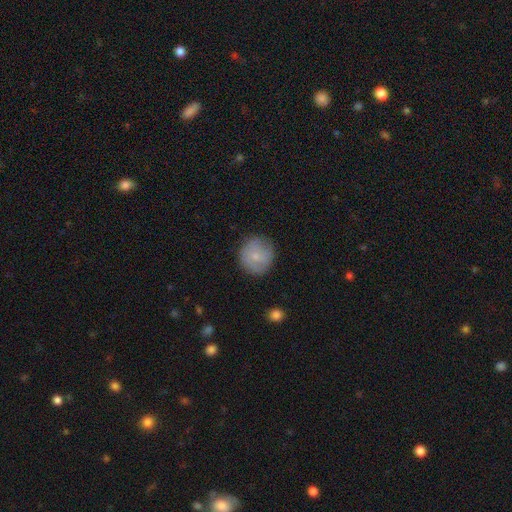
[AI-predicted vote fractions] smooth_or_featured: smooth (p=0.68) [alt: featured or disk p=0.25]
how_rounded: round (p=0.90) [alt: in between p=0.09]
merging: none (p=0.79) [alt: minor disturbance p=0.16]